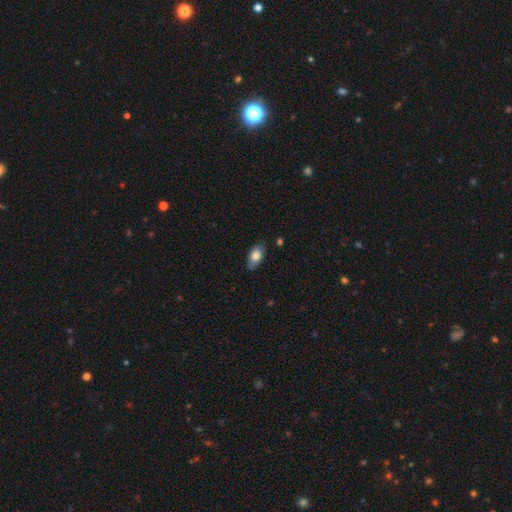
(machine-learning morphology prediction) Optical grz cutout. It shows a smooth galaxy with no disk features (78%) that is in between round and cigar-shaped (92%). Merging: none (81%).